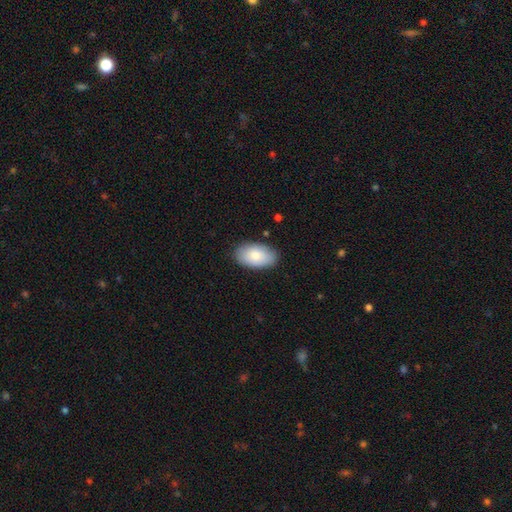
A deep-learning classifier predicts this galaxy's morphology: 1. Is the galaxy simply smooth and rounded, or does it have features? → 81% smooth, 13% featured or disk, 6% star or artifact.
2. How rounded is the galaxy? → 94% in between, 4% round, 1% cigar-shaped.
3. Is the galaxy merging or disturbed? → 83% none, 13% minor disturbance, 2% major disturbance, 1% merger.